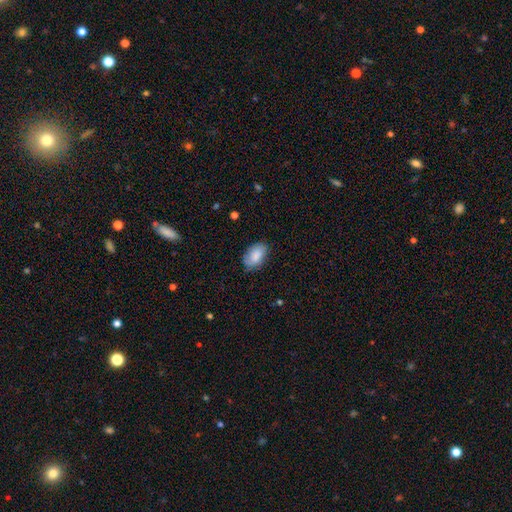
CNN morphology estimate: Smooth or featured?
  - smooth: 77% *
  - featured or disk: 16%
  - star or artifact: 7%
How rounded?
  - in between: 92% *
  - round: 7%
  - cigar-shaped: 1%
Merging?
  - none: 75% *
  - minor disturbance: 20%
  - major disturbance: 4%
  - merger: 1%